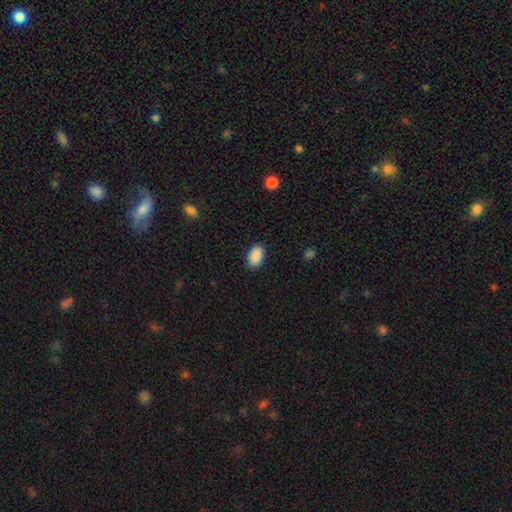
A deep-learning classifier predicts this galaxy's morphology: This appears to be a smooth galaxy with no disk features (90%) that is in between round and cigar-shaped (91%). Merging: none (88%).